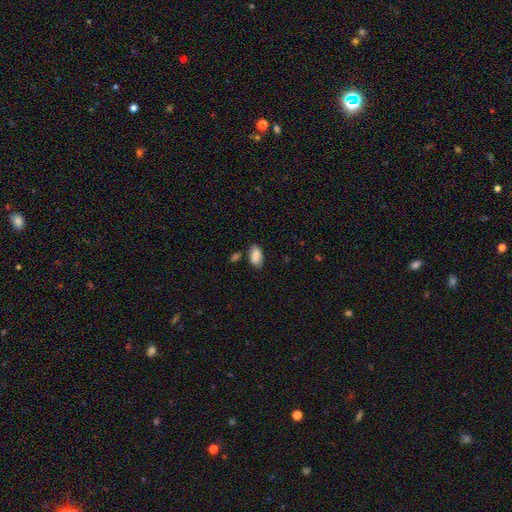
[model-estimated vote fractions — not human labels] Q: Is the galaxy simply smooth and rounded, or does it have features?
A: smooth — 87%.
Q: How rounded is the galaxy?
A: in between — 93%.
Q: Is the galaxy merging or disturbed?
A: none — 70%.